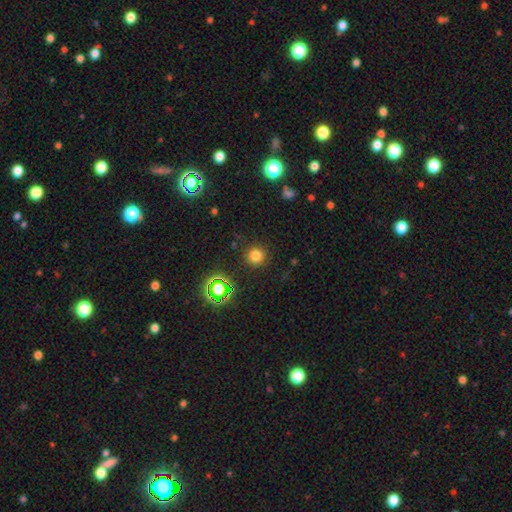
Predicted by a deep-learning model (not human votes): This appears to be a smooth galaxy with no disk features (75%) that is round (95%). Merging: none (89%).